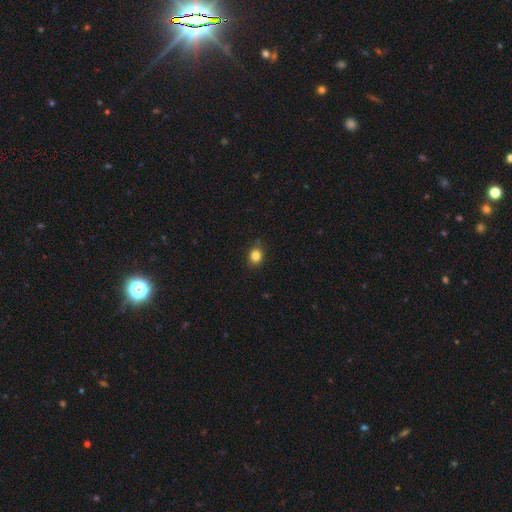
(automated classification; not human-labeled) A smooth galaxy with no disk features (84%) that is round (67%).

Vote fractions:
- Smooth or featured? smooth: 84% / star or artifact: 11% / featured or disk: 5%
- How rounded? round: 67% / in between: 32% / cigar-shaped: 1%
- Merging? none: 85% / minor disturbance: 11% / major disturbance: 2% / merger: 1%